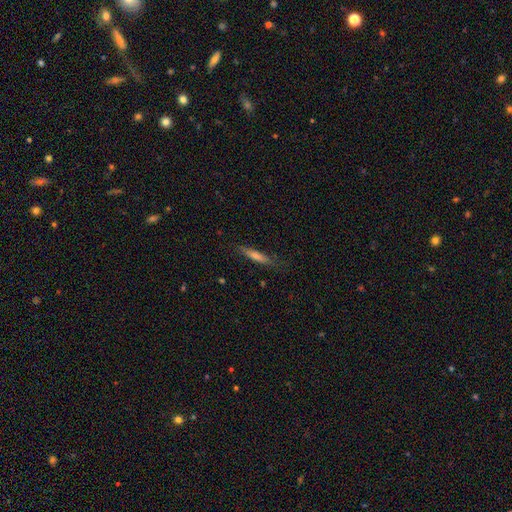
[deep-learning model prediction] smooth_or_featured: smooth (p=0.50) [alt: featured or disk p=0.41]
how_rounded: cigar-shaped (p=0.91) [alt: in between p=0.07]
merging: none (p=0.81) [alt: minor disturbance p=0.15]